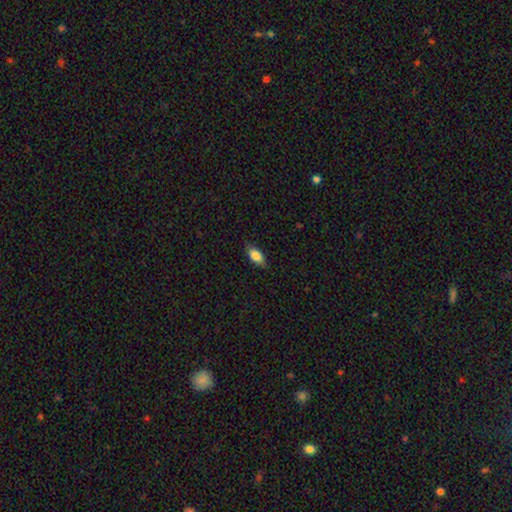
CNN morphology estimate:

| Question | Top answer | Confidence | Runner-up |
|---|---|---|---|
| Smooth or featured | smooth | 83% | featured or disk (11%) |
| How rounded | in between | 87% | cigar-shaped (10%) |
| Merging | none | 82% | minor disturbance (15%) |